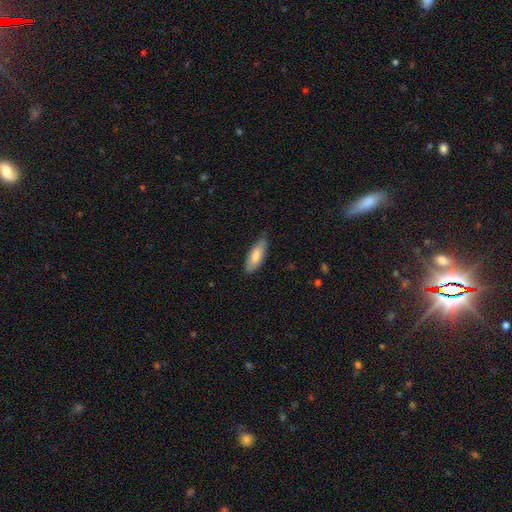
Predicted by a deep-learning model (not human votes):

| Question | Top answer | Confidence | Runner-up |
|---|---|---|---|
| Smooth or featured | smooth | 75% | featured or disk (20%) |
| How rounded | in between | 70% | cigar-shaped (29%) |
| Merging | none | 76% | minor disturbance (20%) |